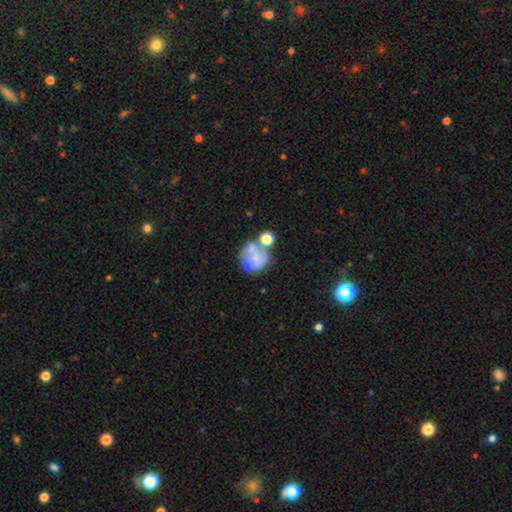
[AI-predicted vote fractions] Q: Smooth or featured?
A: smooth (46%); runner-up: featured or disk (42%)
Q: Merging?
A: none (38%); runner-up: major disturbance (22%)